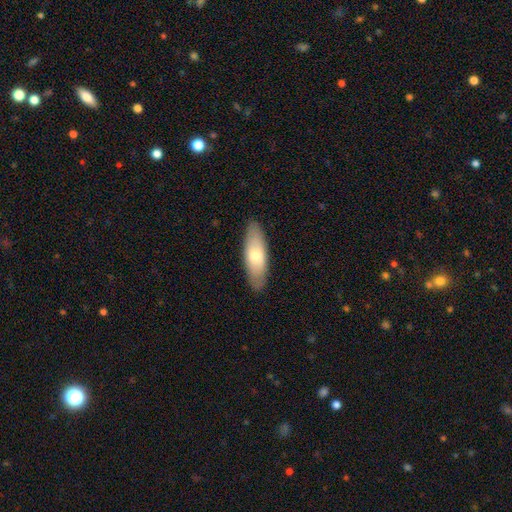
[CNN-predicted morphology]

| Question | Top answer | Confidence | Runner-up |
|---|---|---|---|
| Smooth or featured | smooth | 69% | featured or disk (25%) |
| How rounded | in between | 59% | cigar-shaped (39%) |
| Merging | none | 87% | minor disturbance (10%) |